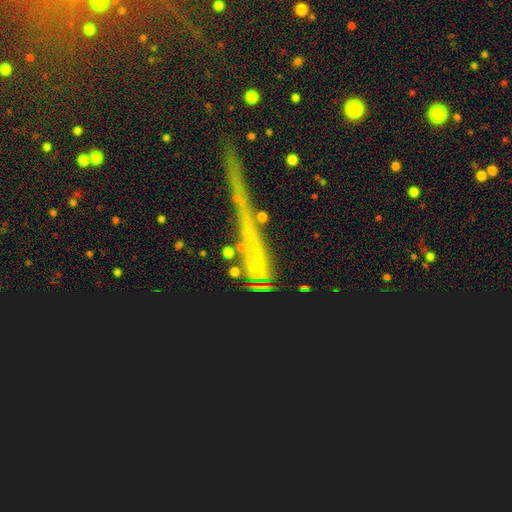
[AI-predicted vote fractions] This is possibly a star or artifact rather than a galaxy (59%).